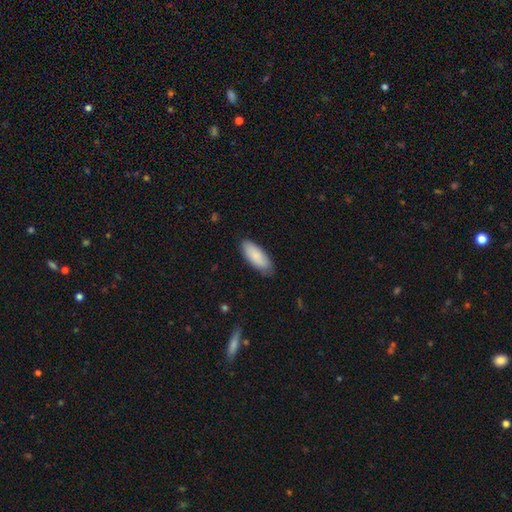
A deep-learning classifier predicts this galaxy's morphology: This appears to be a smooth galaxy with no disk features (84%) that is in between round and cigar-shaped (80%). Merging: none (80%).